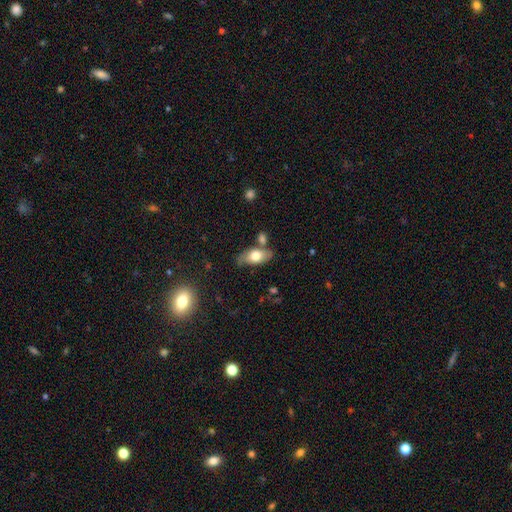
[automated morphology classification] Overall: smooth (69%). How rounded: in between (88%). Merging: none (63%).